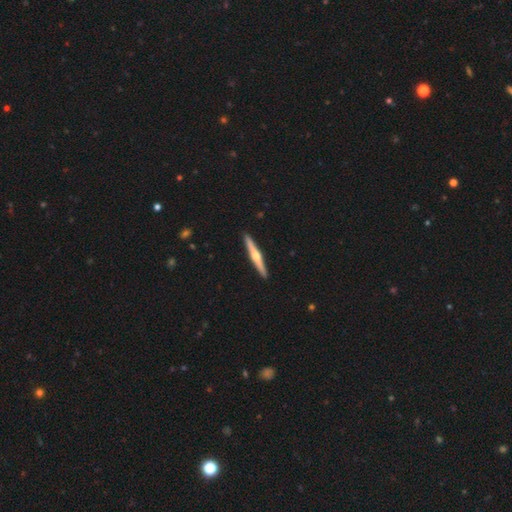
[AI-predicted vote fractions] Smooth or featured? featured or disk (71%)
Edge-on disk? yes (98%)
Edge-on bulge? rounded (93%)
Merging? none (93%)